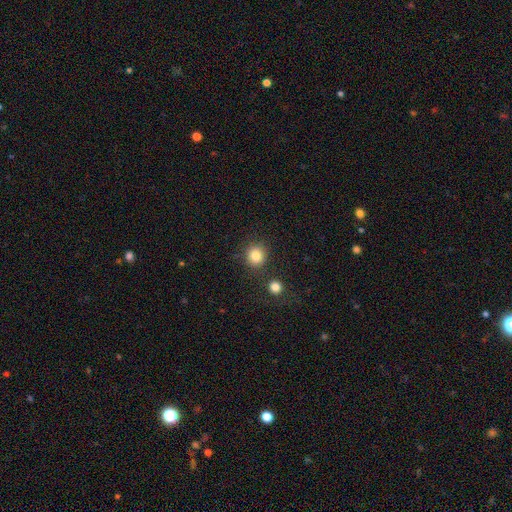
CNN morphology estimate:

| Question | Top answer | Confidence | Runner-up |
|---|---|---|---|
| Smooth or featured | smooth | 84% | star or artifact (11%) |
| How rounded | round | 89% | in between (10%) |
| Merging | none | 83% | minor disturbance (8%) |